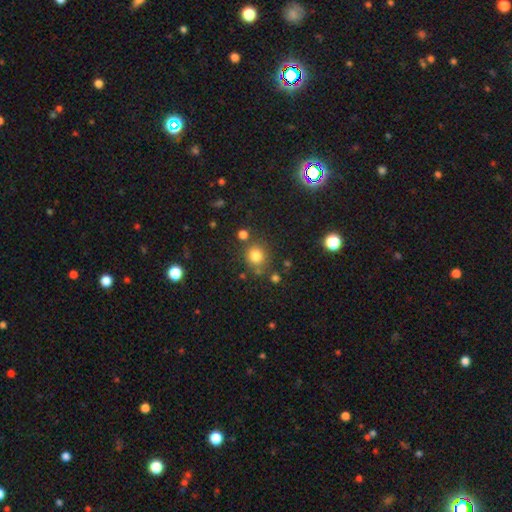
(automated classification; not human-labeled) smooth-or-featured: smooth: 80% | star or artifact: 14% | featured or disk: 6%
  how-rounded: round: 87% | in between: 12% | cigar-shaped: 1%
  merging: none: 76% | minor disturbance: 11% | merger: 9% | major disturbance: 4%